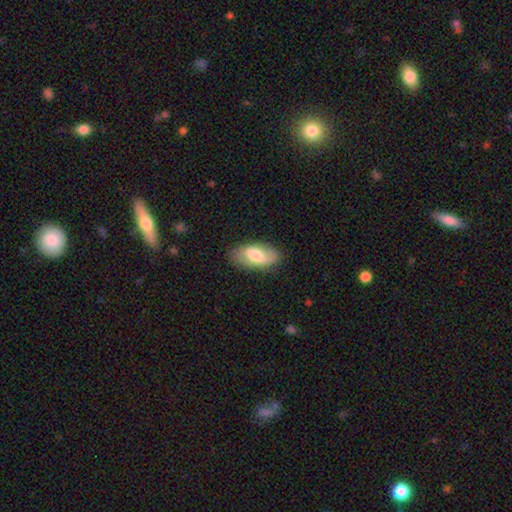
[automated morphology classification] Smooth or featured: smooth — 65% (featured or disk — 29%)
How rounded: in between — 91% (cigar-shaped — 6%)
Merging: none — 79% (minor disturbance — 16%)